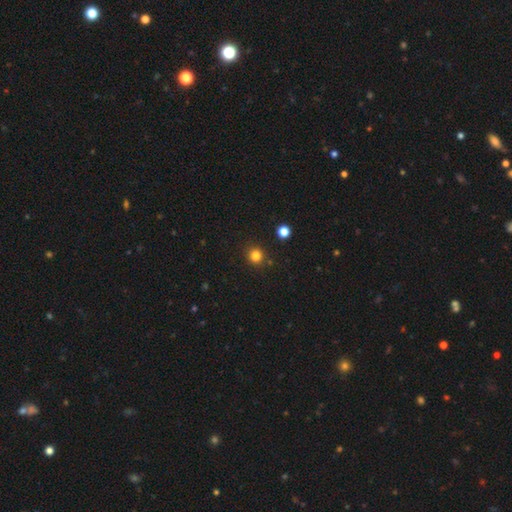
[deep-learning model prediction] Smooth or featured?
  - smooth: 81% *
  - star or artifact: 14%
  - featured or disk: 4%
How rounded?
  - round: 93% *
  - in between: 6%
  - cigar-shaped: 1%
Merging?
  - none: 90% *
  - minor disturbance: 6%
  - merger: 2%
  - major disturbance: 2%